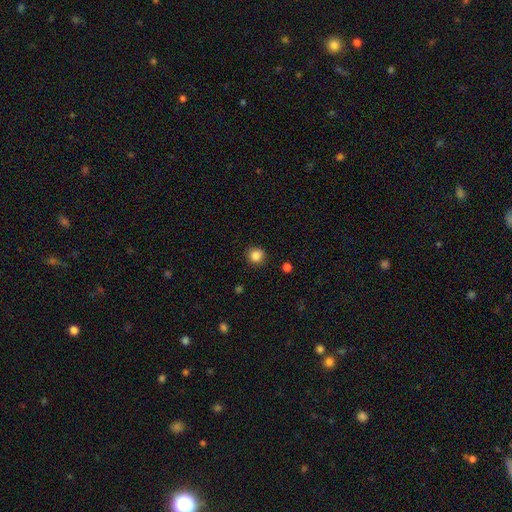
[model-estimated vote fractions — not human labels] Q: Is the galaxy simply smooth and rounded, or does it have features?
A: smooth — 85%.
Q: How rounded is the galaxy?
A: round — 90%.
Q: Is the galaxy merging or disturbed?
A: none — 87%.